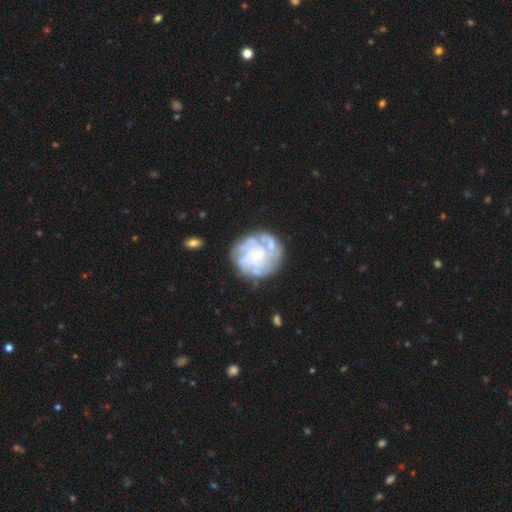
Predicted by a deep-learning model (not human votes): smooth_or_featured: featured or disk (p=0.77) [alt: smooth p=0.16]
disk_edge_on: no (p=0.98) [alt: yes p=0.02]
bar: no (p=0.78) [alt: weak p=0.18]
has_spiral_arms: yes (p=0.79) [alt: no p=0.21]
spiral_winding: tight (p=0.65) [alt: medium p=0.26]
spiral_arm_count: can't tell (p=0.45) [alt: 4 p=0.17]
bulge_size: small (p=0.68) [alt: moderate p=0.22]
merging: none (p=0.68) [alt: minor disturbance p=0.17]